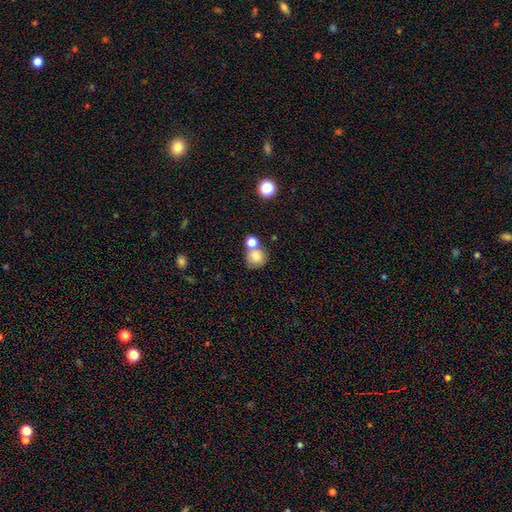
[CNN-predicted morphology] Smooth or featured? Predicted: smooth (p=0.79). How rounded? Predicted: round (p=0.86). Merging? Predicted: none (p=0.48).